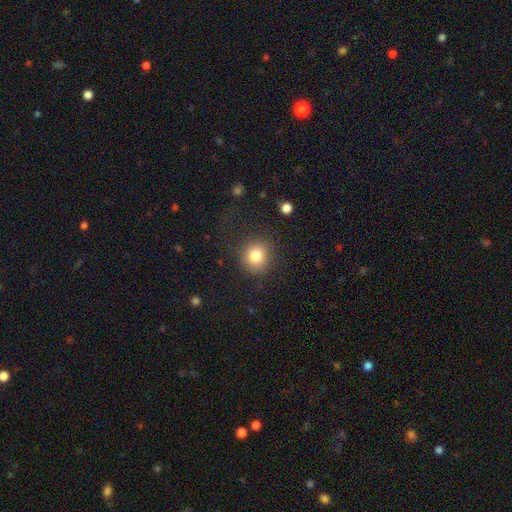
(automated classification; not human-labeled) Smooth or featured?
  - smooth: 82% *
  - star or artifact: 10%
  - featured or disk: 8%
How rounded?
  - round: 87% *
  - in between: 12%
  - cigar-shaped: 1%
Merging?
  - none: 85% *
  - minor disturbance: 9%
  - major disturbance: 5%
  - merger: 1%